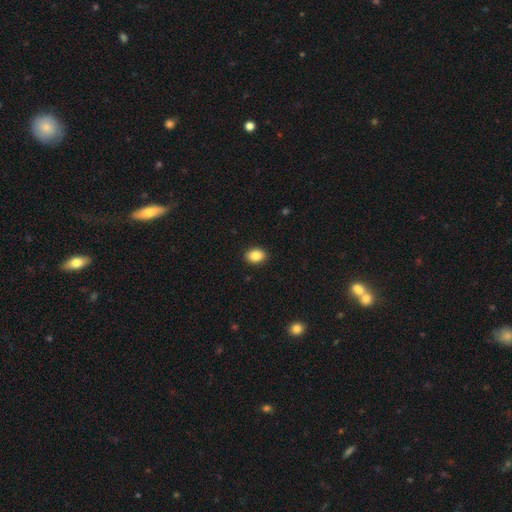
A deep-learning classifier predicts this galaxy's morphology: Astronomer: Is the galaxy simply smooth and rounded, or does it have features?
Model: smooth — 87%.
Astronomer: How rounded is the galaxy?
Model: in between — 75%.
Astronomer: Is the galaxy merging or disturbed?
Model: none — 91%.